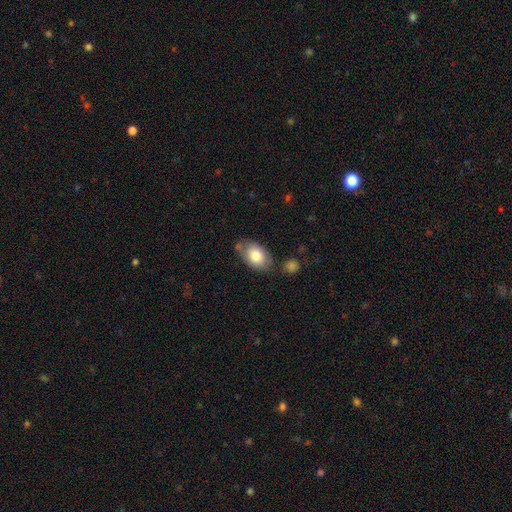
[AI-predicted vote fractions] Smooth or featured? smooth (78%)
How rounded? in between (87%)
Merging? none (66%)